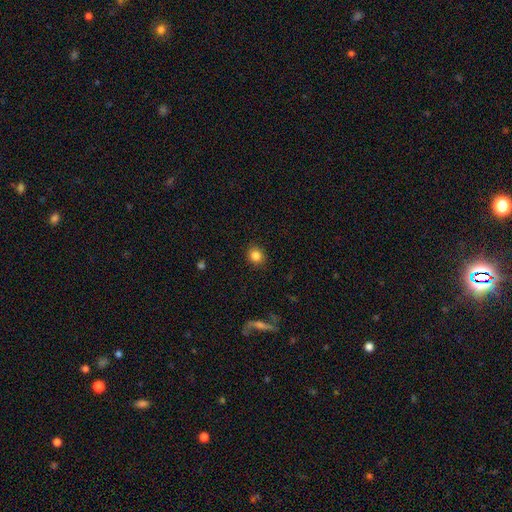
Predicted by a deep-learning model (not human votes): smooth-or-featured: smooth: 84% | star or artifact: 11% | featured or disk: 5%
  how-rounded: round: 78% | in between: 21% | cigar-shaped: 1%
  merging: none: 90% | minor disturbance: 7% | major disturbance: 2% | merger: 1%